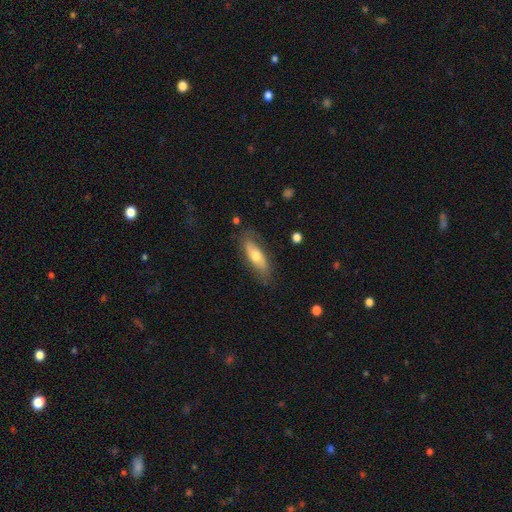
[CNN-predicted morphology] The model was most divided on "smooth or featured": smooth: 54%, featured or disk: 40%, star or artifact: 6%. More confident: merging — none (75%); how rounded — in between (68%).